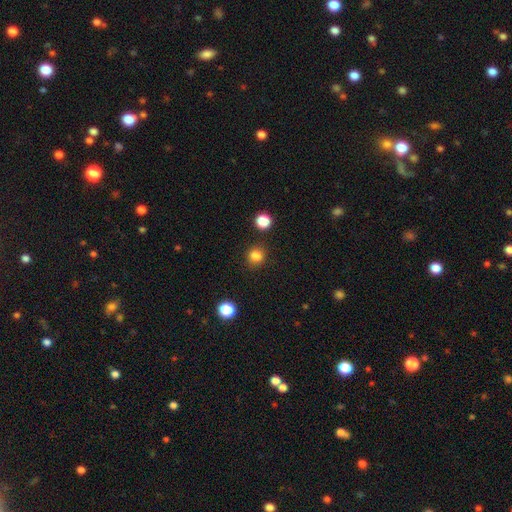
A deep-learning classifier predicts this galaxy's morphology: A smooth galaxy with no disk features (83%) that is round (80%).

Vote fractions:
- Smooth or featured? smooth: 83% / star or artifact: 13% / featured or disk: 4%
- How rounded? round: 80% / in between: 19% / cigar-shaped: 1%
- Merging? none: 83% / minor disturbance: 10% / merger: 4% / major disturbance: 3%